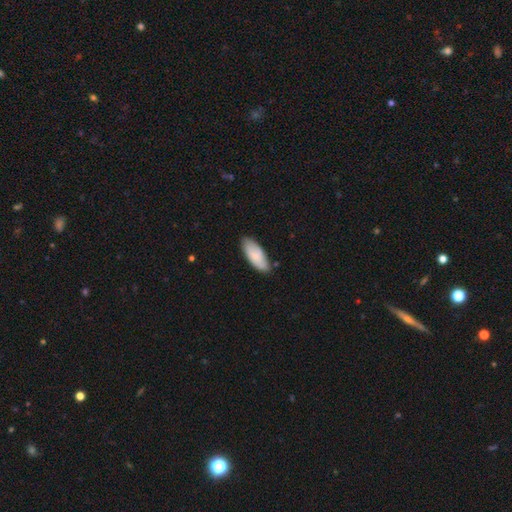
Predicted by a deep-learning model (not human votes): This is likely a smooth galaxy (76%). How rounded: clearly in between (82%). Merging: likely none (76%).